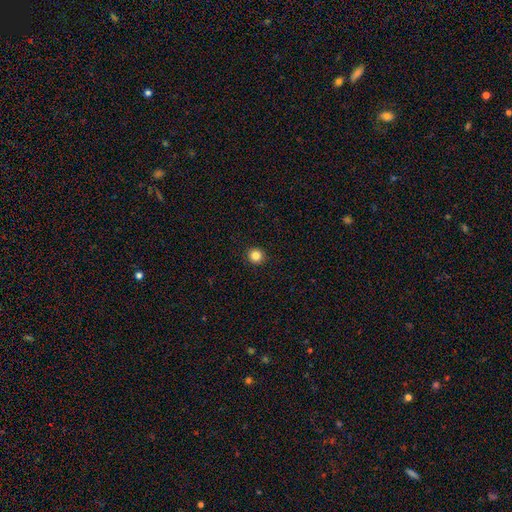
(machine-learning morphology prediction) Q: Smooth or featured?
A: smooth (84%); runner-up: star or artifact (12%)
Q: How rounded?
A: round (93%); runner-up: in between (6%)
Q: Merging?
A: none (93%); runner-up: minor disturbance (5%)